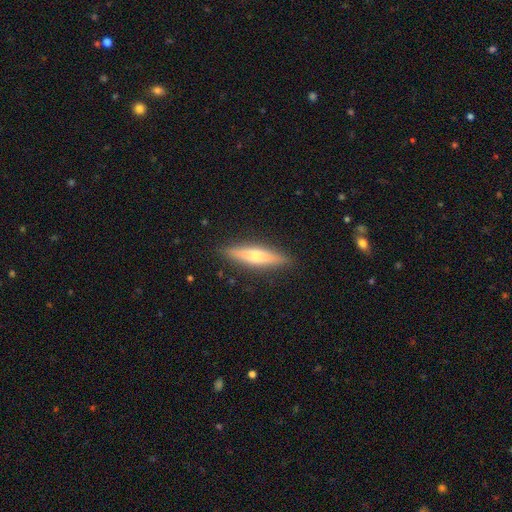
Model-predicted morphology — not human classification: Smooth or featured: smooth — 51% (featured or disk — 43%)
How rounded: cigar-shaped — 79% (in between — 19%)
Merging: none — 89% (minor disturbance — 8%)